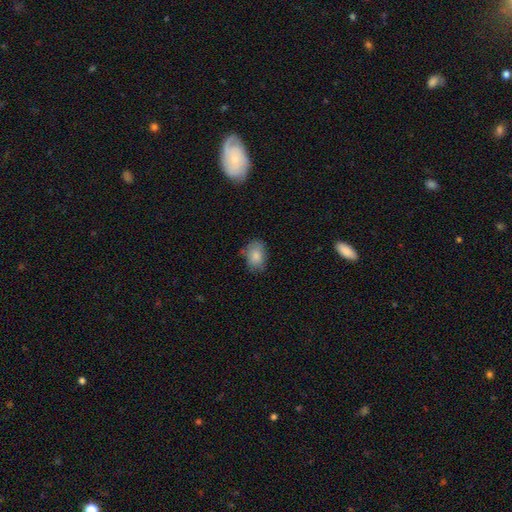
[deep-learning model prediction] Q: Smooth or featured?
A: smooth (83%); runner-up: featured or disk (9%)
Q: How rounded?
A: in between (80%); runner-up: round (18%)
Q: Merging?
A: none (68%); runner-up: minor disturbance (24%)